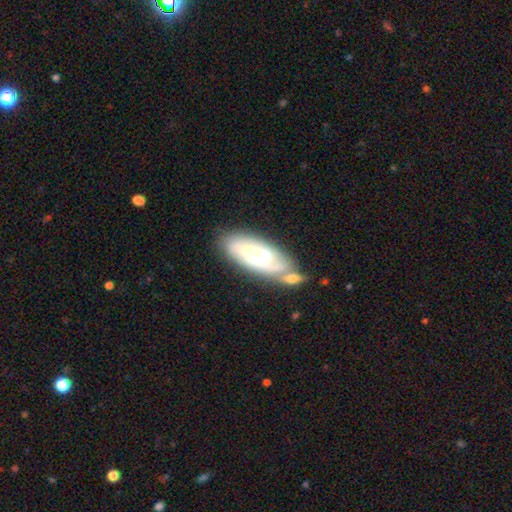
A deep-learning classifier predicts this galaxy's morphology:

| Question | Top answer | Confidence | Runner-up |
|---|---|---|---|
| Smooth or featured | featured or disk | 66% | smooth (28%) |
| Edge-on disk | no | 86% | yes (14%) |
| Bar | no | 57% | weak (33%) |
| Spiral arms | yes | 85% | no (15%) |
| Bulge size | moderate | 62% | small (18%) |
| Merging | none | 50% | merger (23%) |